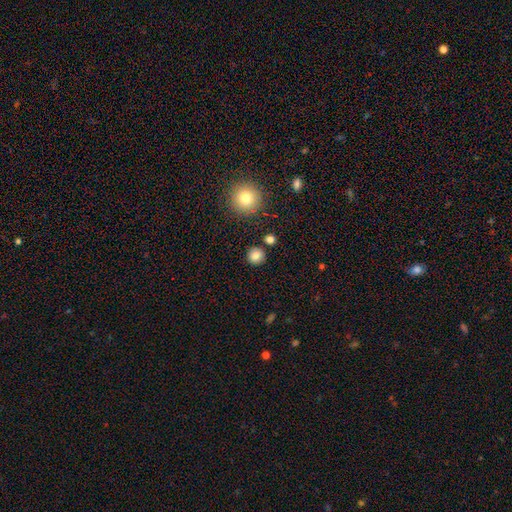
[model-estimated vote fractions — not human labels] smooth_or_featured: smooth (p=0.83) [alt: star or artifact p=0.12]
how_rounded: round (p=0.93) [alt: in between p=0.06]
merging: none (p=0.89) [alt: minor disturbance p=0.06]